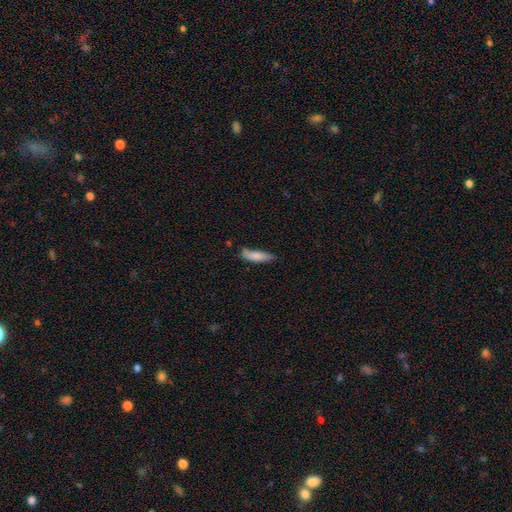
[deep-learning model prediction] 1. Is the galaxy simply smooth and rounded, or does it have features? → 81% smooth, 13% featured or disk, 6% star or artifact.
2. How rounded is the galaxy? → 64% cigar-shaped, 35% in between, 2% round.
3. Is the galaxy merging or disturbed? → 62% none, 28% minor disturbance, 6% major disturbance, 4% merger.